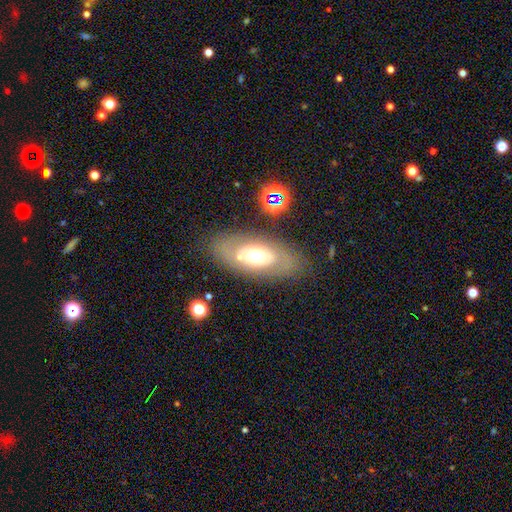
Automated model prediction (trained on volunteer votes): Smooth or featured: smooth — 46% (featured or disk — 42%)
Merging: none — 78% (minor disturbance — 12%)